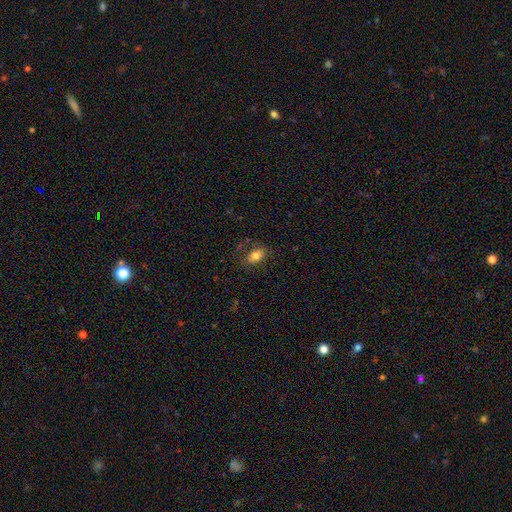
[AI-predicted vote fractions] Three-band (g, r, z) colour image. It shows a smooth galaxy with no disk features (79%) that is in between round and cigar-shaped (84%). Merging: none (77%).